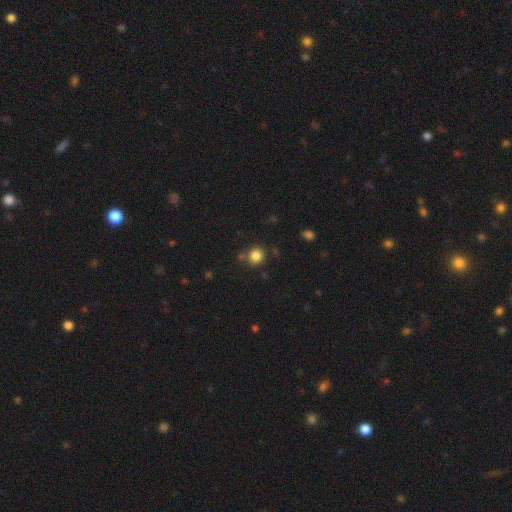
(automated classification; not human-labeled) Smooth or featured: smooth — 84% (star or artifact — 12%)
How rounded: round — 88% (in between — 12%)
Merging: none — 79% (minor disturbance — 9%)